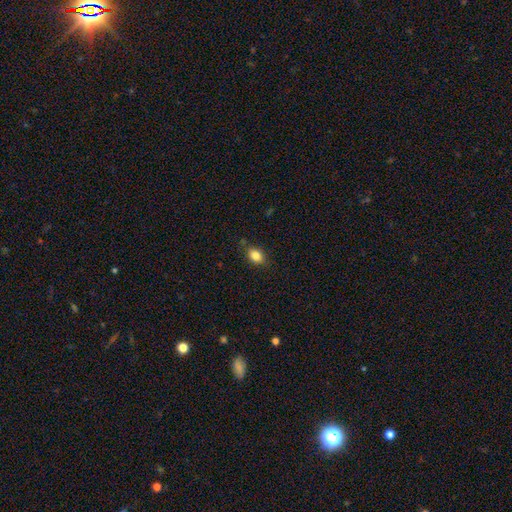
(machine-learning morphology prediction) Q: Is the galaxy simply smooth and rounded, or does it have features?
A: smooth — 84%.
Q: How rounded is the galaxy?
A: in between — 68%.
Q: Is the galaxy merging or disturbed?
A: none — 80%.